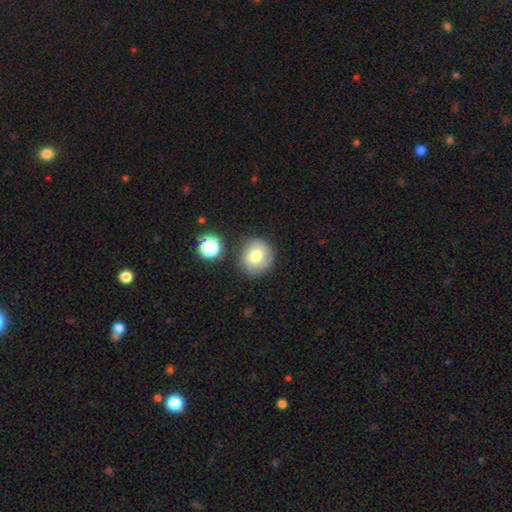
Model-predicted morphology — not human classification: smooth 72%, featured or disk 17%, star or artifact 11%. Down the decision tree: how rounded — round (86%); merging — none (80%).